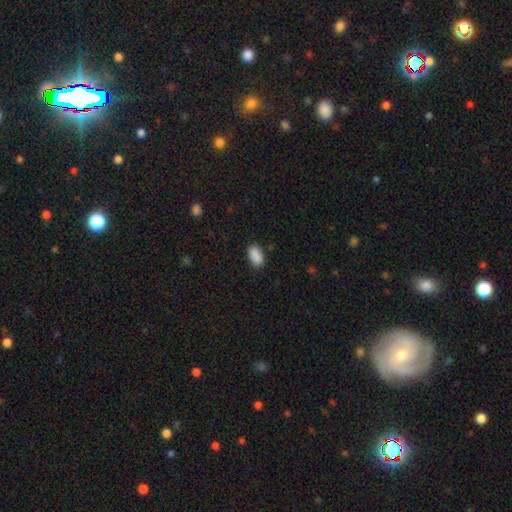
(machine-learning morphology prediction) This appears to be a smooth galaxy with no disk features (90%) that is in between round and cigar-shaped (94%). Merging: none (88%).